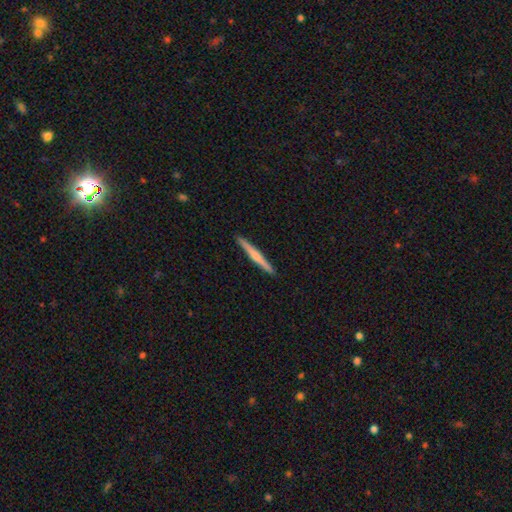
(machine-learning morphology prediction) This is possibly a featured or disk galaxy (55%). It is clearly viewed edge-on (98%). Edge-on bulge: likely rounded (60%). Merging: clearly none (92%).